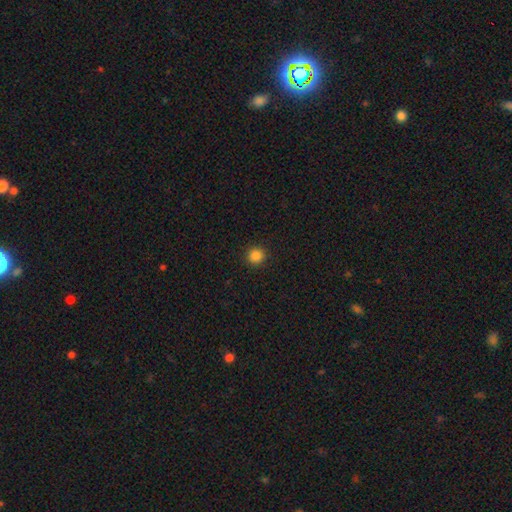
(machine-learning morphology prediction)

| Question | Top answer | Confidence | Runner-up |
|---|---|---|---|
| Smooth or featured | smooth | 85% | star or artifact (12%) |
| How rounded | round | 94% | in between (5%) |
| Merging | none | 92% | minor disturbance (5%) |